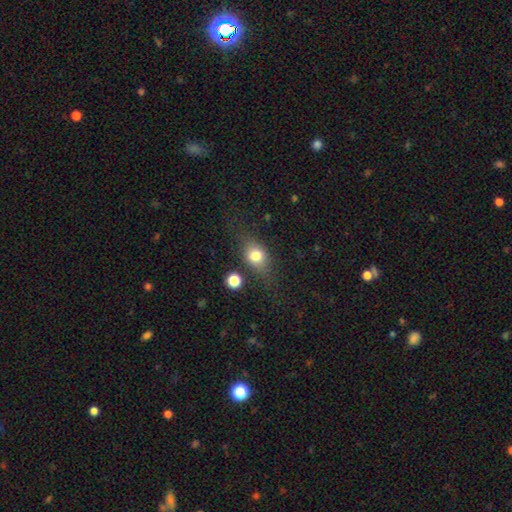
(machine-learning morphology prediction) Overall: smooth (72%). How rounded: in between (56%; round 39%). Merging: none (67%).